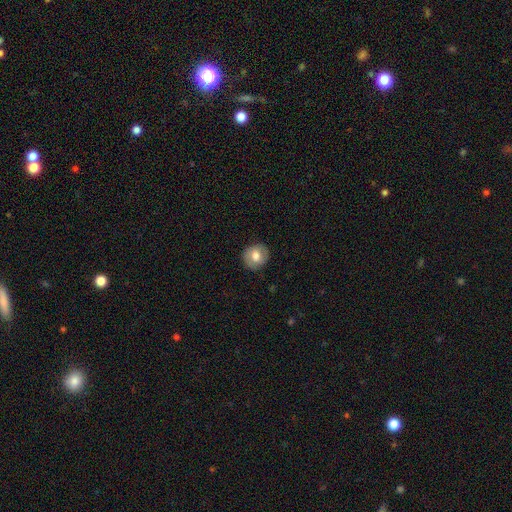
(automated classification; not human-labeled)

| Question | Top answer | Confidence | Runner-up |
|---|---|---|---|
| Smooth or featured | smooth | 69% | featured or disk (23%) |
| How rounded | round | 87% | in between (12%) |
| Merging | none | 87% | minor disturbance (9%) |